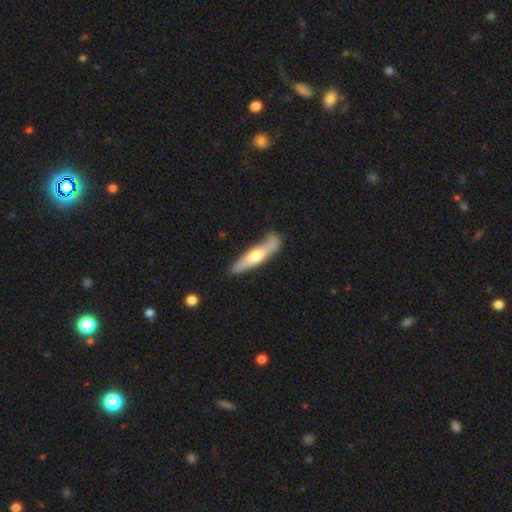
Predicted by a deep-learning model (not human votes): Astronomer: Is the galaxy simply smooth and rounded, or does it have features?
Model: smooth — 51% (runner-up: featured or disk, 45%).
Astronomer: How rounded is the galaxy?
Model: cigar-shaped — 81%.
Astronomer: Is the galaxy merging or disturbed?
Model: none — 70%.